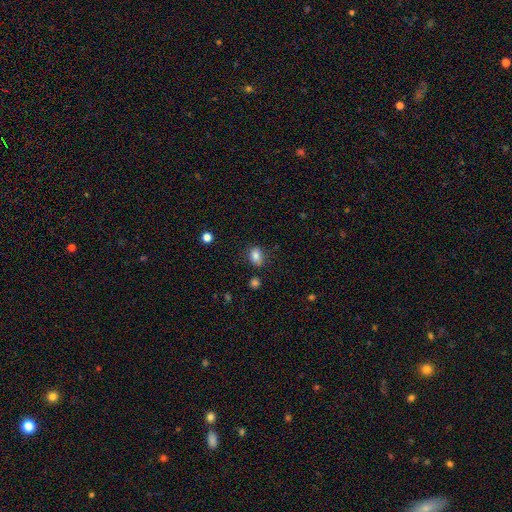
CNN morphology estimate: This is clearly a smooth galaxy (82%). How rounded: likely in between (68%). Merging: likely none (72%).